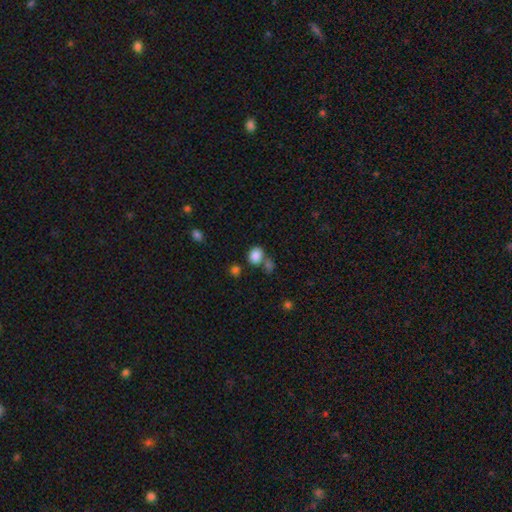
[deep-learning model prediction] A smooth galaxy with no disk features (85%) that is round (57%). Merging: none (59%).